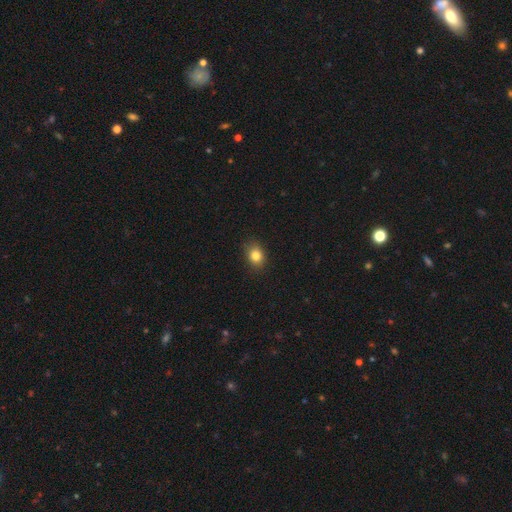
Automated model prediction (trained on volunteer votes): Smooth or featured?
  - smooth: 82% *
  - star or artifact: 11%
  - featured or disk: 7%
How rounded?
  - in between: 53% *
  - round: 46%
  - cigar-shaped: 1%
Merging?
  - none: 86% *
  - minor disturbance: 11%
  - major disturbance: 2%
  - merger: 1%